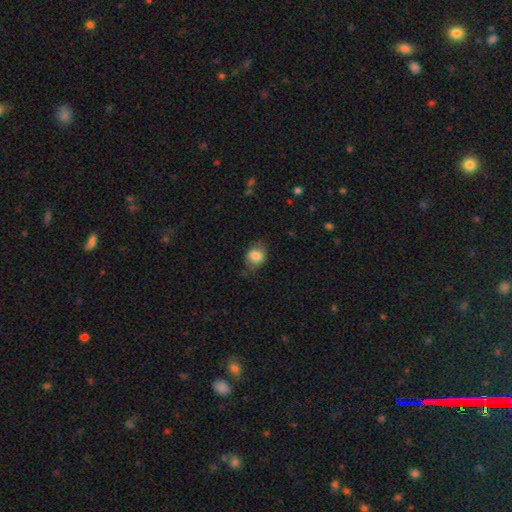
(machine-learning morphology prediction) Smooth or featured: smooth — 80% (featured or disk — 12%)
How rounded: in between — 55% (round — 44%)
Merging: none — 64% (minor disturbance — 26%)